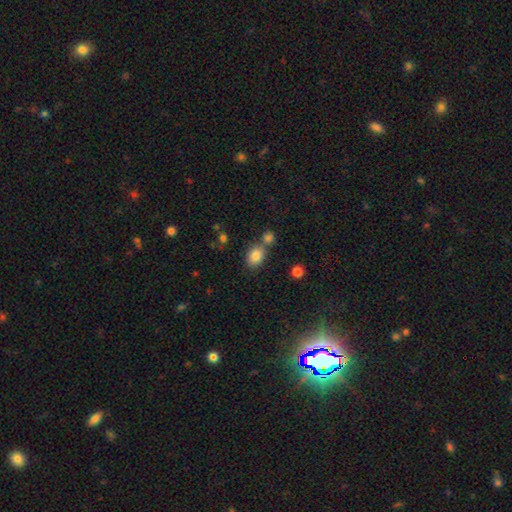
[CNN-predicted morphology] Smooth or featured?
  - smooth: 82% *
  - star or artifact: 10%
  - featured or disk: 7%
How rounded?
  - in between: 65% *
  - round: 34%
  - cigar-shaped: 1%
Merging?
  - none: 62% *
  - merger: 24%
  - minor disturbance: 11%
  - major disturbance: 3%